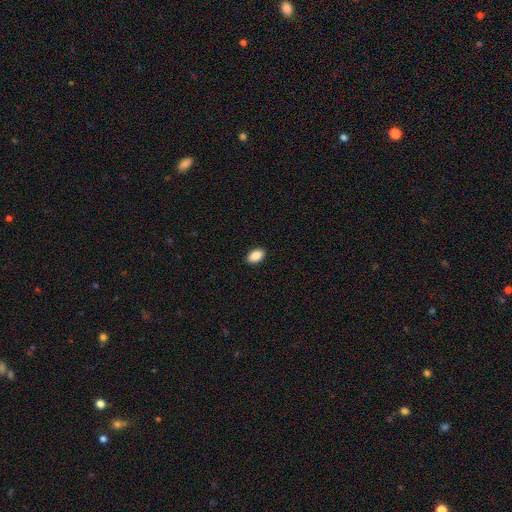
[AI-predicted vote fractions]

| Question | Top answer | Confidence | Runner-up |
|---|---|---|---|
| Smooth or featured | smooth | 89% | star or artifact (7%) |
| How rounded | in between | 92% | round (7%) |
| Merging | none | 90% | minor disturbance (7%) |